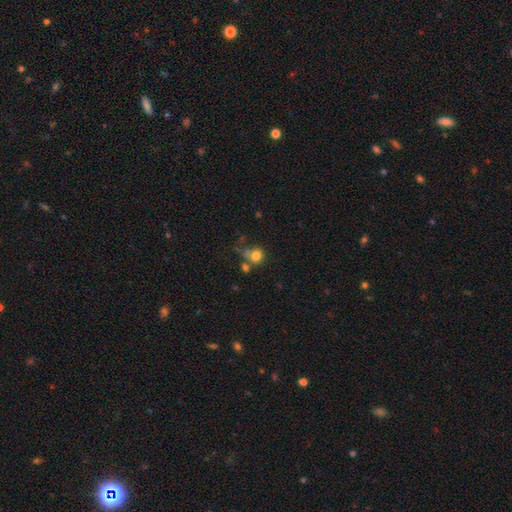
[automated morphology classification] smooth_or_featured: smooth (p=0.78) [alt: star or artifact p=0.12]
how_rounded: round (p=0.82) [alt: in between p=0.17]
merging: none (p=0.48) [alt: merger p=0.27]